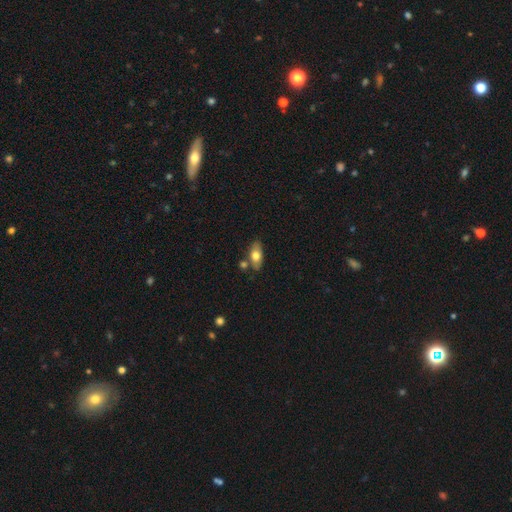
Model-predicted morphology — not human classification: Overall: smooth (69%). How rounded: in between (85%). Merging: none (71%).